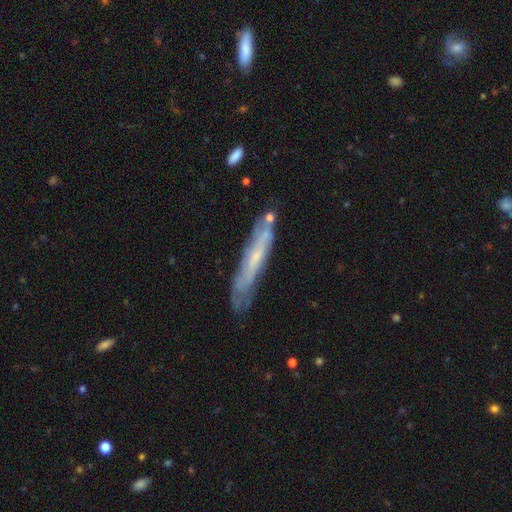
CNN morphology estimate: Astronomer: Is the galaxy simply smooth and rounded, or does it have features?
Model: featured or disk — 56% (runner-up: smooth, 36%).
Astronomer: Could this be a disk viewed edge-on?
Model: yes — 68%.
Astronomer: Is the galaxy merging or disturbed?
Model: none — 69%.